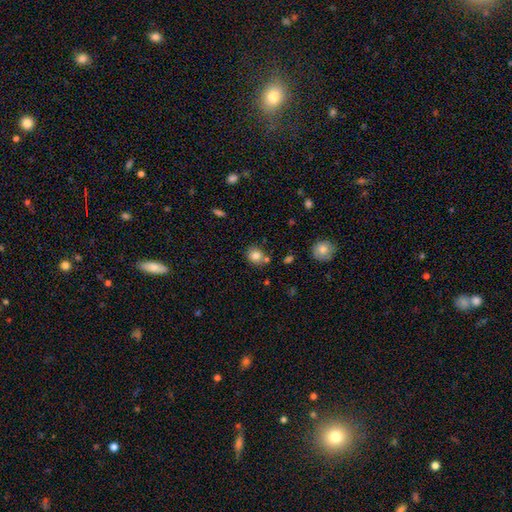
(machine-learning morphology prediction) Q: Smooth or featured?
A: smooth (81%); runner-up: star or artifact (11%)
Q: How rounded?
A: round (75%); runner-up: in between (24%)
Q: Merging?
A: none (71%); runner-up: minor disturbance (13%)